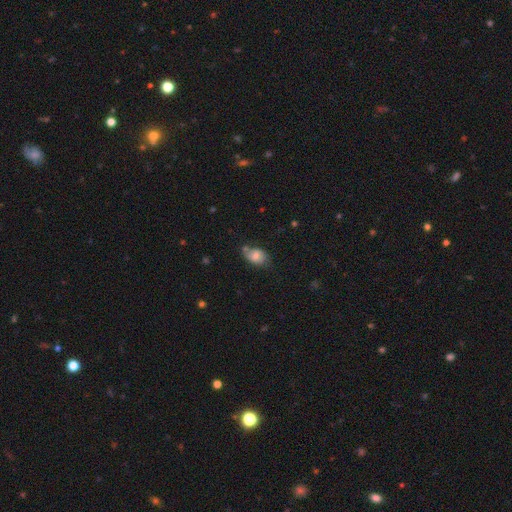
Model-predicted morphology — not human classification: smooth_or_featured: smooth (p=0.65) [alt: featured or disk p=0.25]
how_rounded: in between (p=0.79) [alt: round p=0.19]
merging: none (p=0.54) [alt: minor disturbance p=0.28]